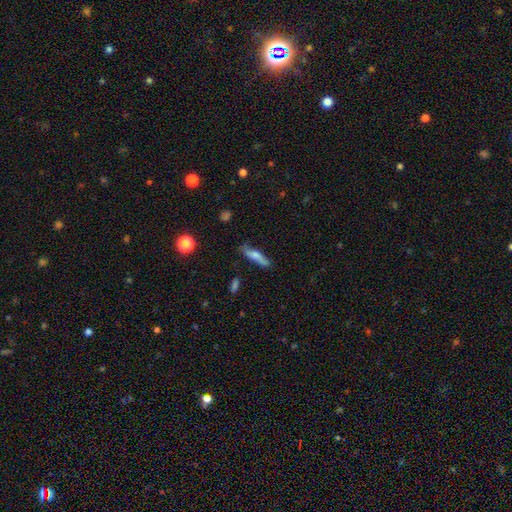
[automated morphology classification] The model was most divided on "smooth or featured": smooth: 61%, featured or disk: 32%, star or artifact: 7%. More confident: how rounded — cigar-shaped (76%); merging — none (72%).